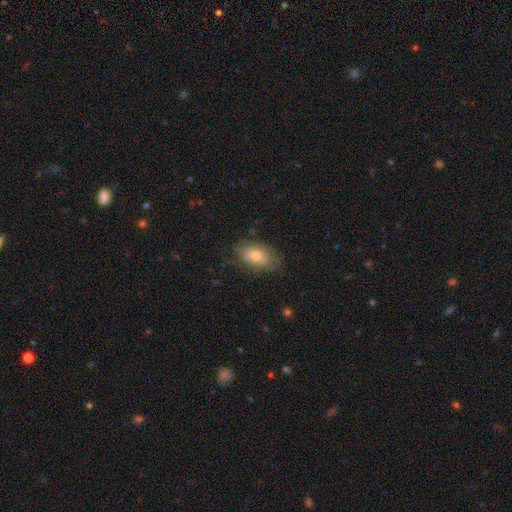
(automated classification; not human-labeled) Smooth or featured?
  - smooth: 67% *
  - featured or disk: 25%
  - star or artifact: 8%
How rounded?
  - in between: 89% *
  - round: 8%
  - cigar-shaped: 3%
Merging?
  - none: 70% *
  - minor disturbance: 22%
  - major disturbance: 6%
  - merger: 2%